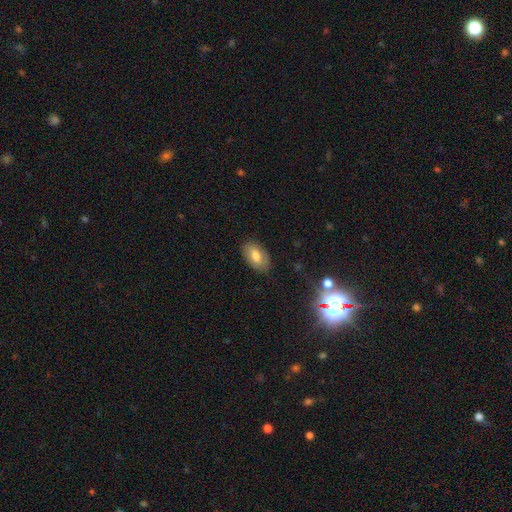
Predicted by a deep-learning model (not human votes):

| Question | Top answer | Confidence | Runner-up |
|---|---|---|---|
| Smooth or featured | smooth | 72% | featured or disk (19%) |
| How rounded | in between | 93% | round (5%) |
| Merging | none | 82% | minor disturbance (13%) |